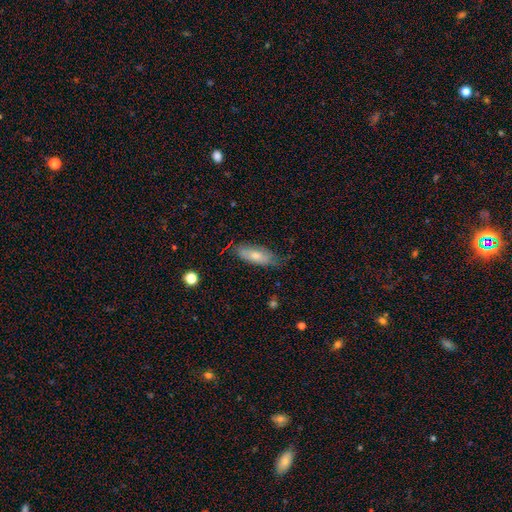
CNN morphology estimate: type=smooth (68%); roundness=in between (69%); merging=none (68%).